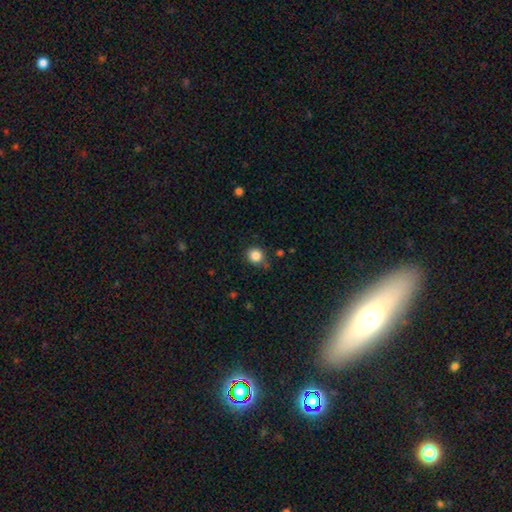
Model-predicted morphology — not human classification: Smooth or featured: smooth — 85% (star or artifact — 11%)
How rounded: round — 87% (in between — 12%)
Merging: none — 76% (minor disturbance — 17%)